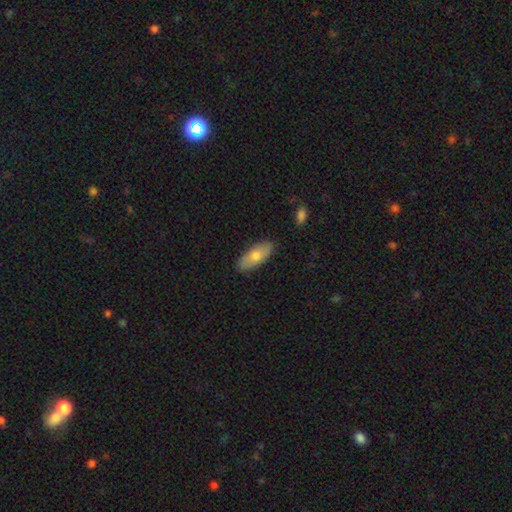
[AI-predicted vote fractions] Q: Smooth or featured?
A: smooth (71%); runner-up: featured or disk (23%)
Q: How rounded?
A: in between (75%); runner-up: cigar-shaped (22%)
Q: Merging?
A: none (88%); runner-up: minor disturbance (9%)